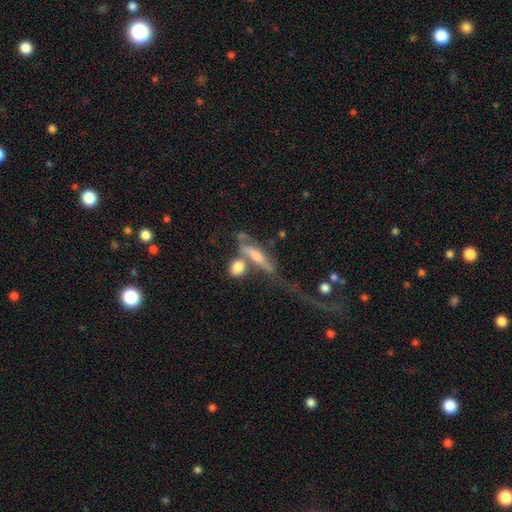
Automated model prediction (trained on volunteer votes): Smooth or featured?
  - featured or disk: 57% *
  - smooth: 34%
  - star or artifact: 10%
Edge-on disk?
  - yes: 67% *
  - no: 33%
Merging?
  - merger: 38% *
  - none: 29%
  - major disturbance: 19%
  - minor disturbance: 14%